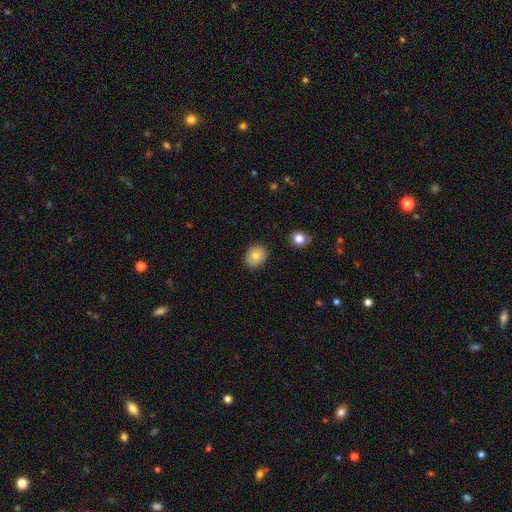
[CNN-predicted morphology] The model was most divided on "how rounded": round: 71%, in between: 28%, cigar-shaped: 1%. More confident: merging — none (88%); smooth or featured — smooth (71%).